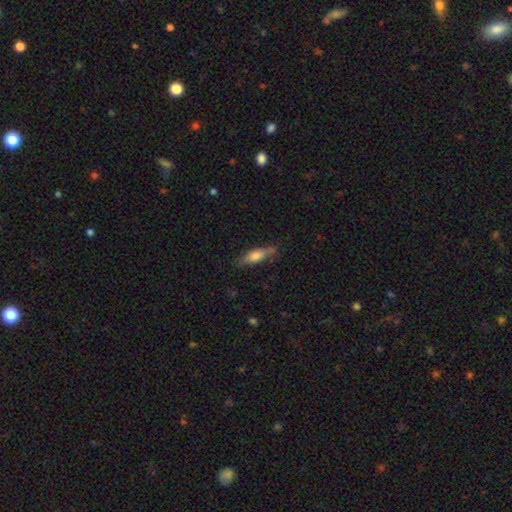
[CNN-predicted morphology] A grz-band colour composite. It shows a smooth galaxy with no disk features (56%) that is cigar-shaped (67%). Merging: none (79%).